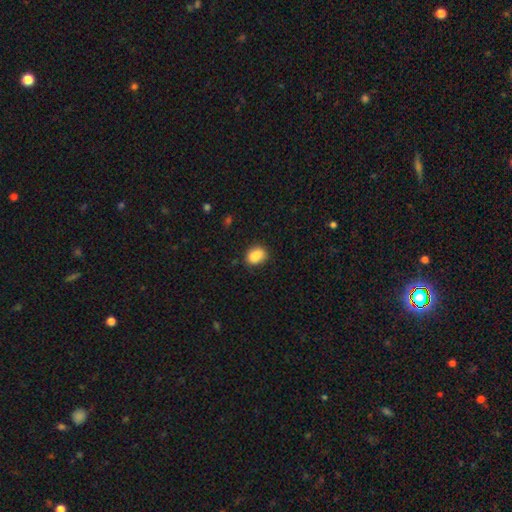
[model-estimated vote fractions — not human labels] smooth_or_featured: smooth (p=0.86) [alt: star or artifact p=0.09]
how_rounded: in between (p=0.66) [alt: round p=0.33]
merging: none (p=0.72) [alt: minor disturbance p=0.17]